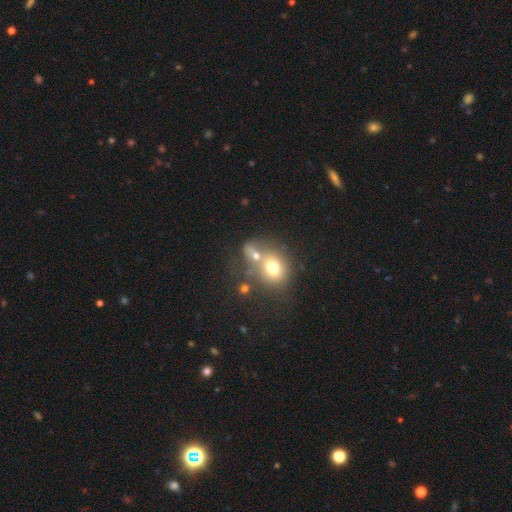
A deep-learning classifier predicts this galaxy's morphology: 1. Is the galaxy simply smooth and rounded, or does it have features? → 67% smooth, 18% featured or disk, 14% star or artifact.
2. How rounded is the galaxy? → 58% round, 40% in between, 2% cigar-shaped.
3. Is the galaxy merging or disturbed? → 54% merger, 29% none, 9% minor disturbance, 7% major disturbance.